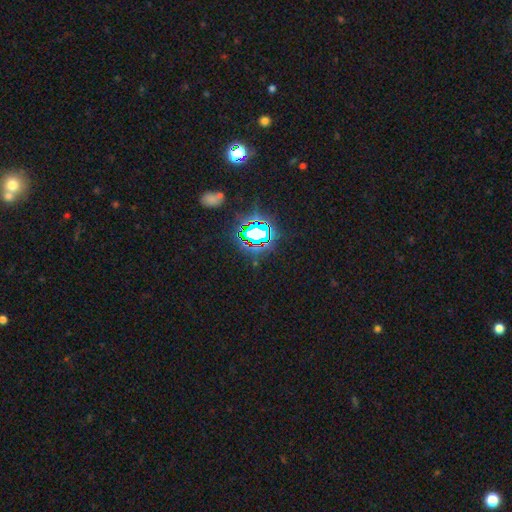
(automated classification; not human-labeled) This is clearly a star or artifact rather than a galaxy (81%).